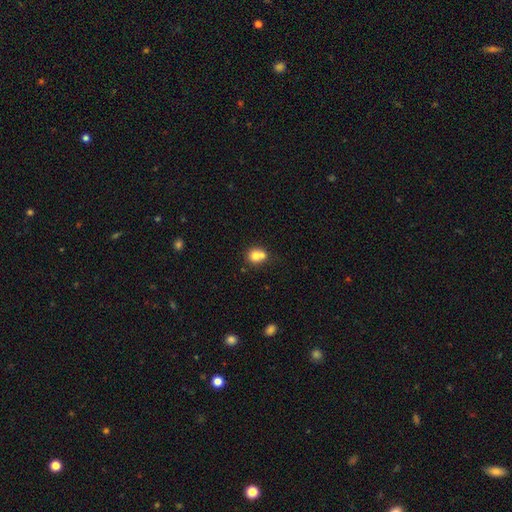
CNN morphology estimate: Smooth or featured? Predicted: smooth (p=0.74). How rounded? Predicted: round (p=0.77). Merging? Predicted: merger (p=0.54).